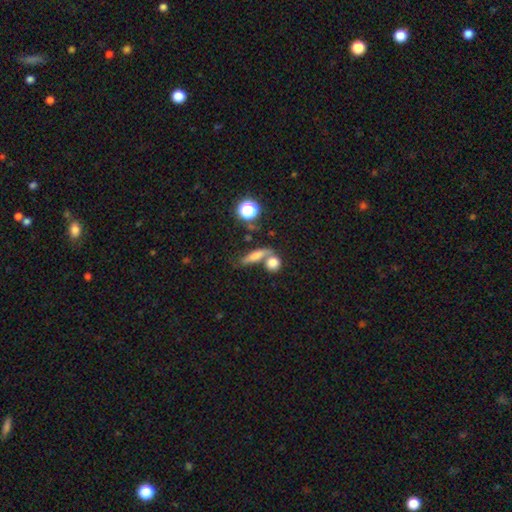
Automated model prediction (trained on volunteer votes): smooth 68%, featured or disk 19%, star or artifact 12%. Down the decision tree: how rounded — cigar-shaped (51%); merging — none (52%).